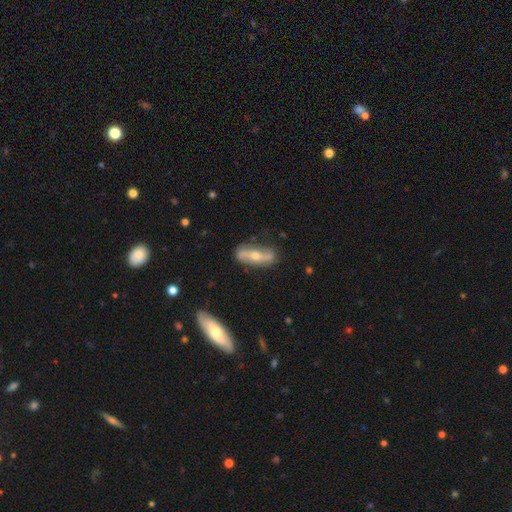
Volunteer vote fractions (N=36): smooth-or-featured: featured or disk: 75% | smooth: 22% | star or artifact: 3%
  disk-edge-on: no: 70% | yes: 30%
    bar: strong: 42% | no: 37% | weak: 21%
    has-spiral-arms: yes: 84% | no: 16%
      spiral-winding: loose: 50% | tight: 25% | medium: 25%
      spiral-arm-count: 2: 100% | 1: 0% | 3: 0% | 4: 0% | more than 4: 0% | can't tell: 0%
    bulge-size: moderate: 68% | small: 32% | dominant: 0% | large: 0% | none: 0%
  merging: none: 74% | minor disturbance: 14% | major disturbance: 6% | merger: 6%